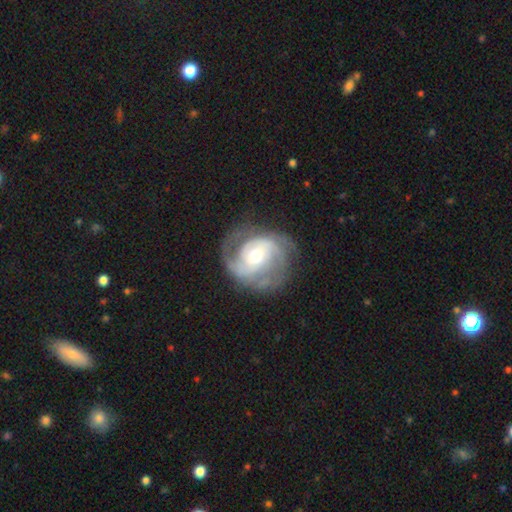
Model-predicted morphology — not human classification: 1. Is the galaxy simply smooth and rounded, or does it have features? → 85% featured or disk, 10% smooth, 5% star or artifact.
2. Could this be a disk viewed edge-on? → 98% no, 2% yes.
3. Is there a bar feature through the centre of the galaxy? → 50% no, 35% weak, 14% strong.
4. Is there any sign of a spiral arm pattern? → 95% yes, 5% no.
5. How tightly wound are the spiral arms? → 44% tight, 42% medium, 14% loose.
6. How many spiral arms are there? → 49% 2, 22% 3, 16% can't tell, 5% 1, 4% 4, 4% more than 4.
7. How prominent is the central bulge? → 60% moderate, 33% small, 5% large, 1% dominant, 1% none.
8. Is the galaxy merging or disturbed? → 69% none, 18% minor disturbance, 12% major disturbance, 1% merger.